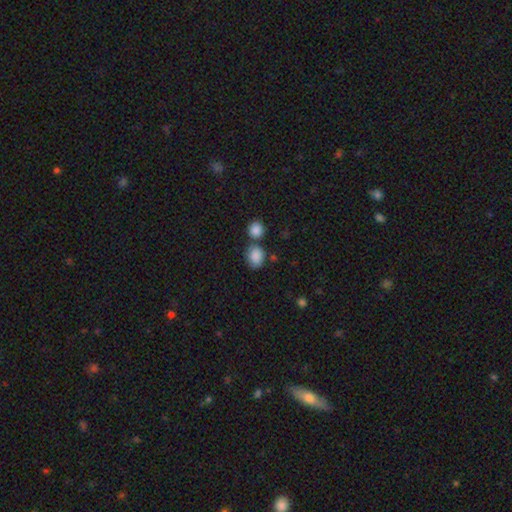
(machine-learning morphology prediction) Q: Smooth or featured?
A: smooth (86%); runner-up: star or artifact (9%)
Q: How rounded?
A: round (55%); runner-up: in between (44%)
Q: Merging?
A: none (56%); runner-up: merger (24%)